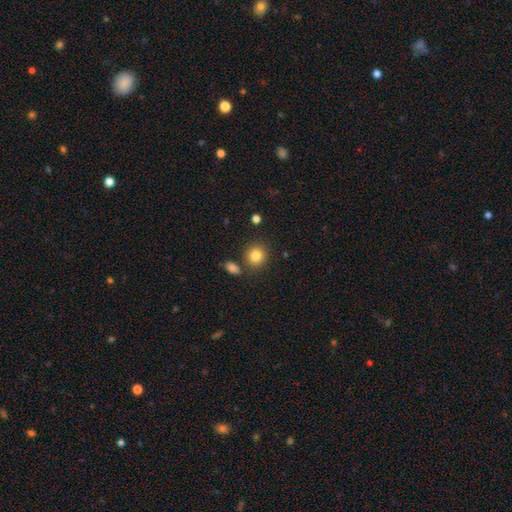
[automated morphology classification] A smooth galaxy with no disk features (84%) that is round (82%). Merging: none (80%).